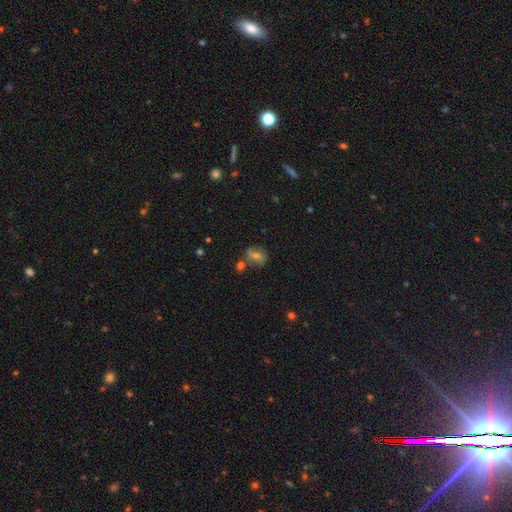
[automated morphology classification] smooth-or-featured: smooth: 43% | featured or disk: 37% | star or artifact: 20%
  merging: none: 64% | minor disturbance: 16% | merger: 14% | major disturbance: 6%